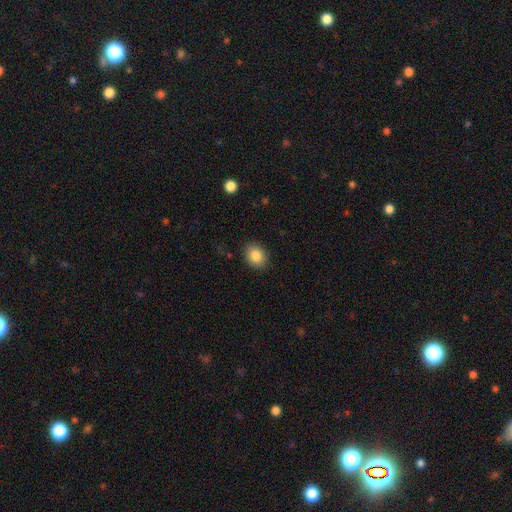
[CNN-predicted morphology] smooth 86%, star or artifact 8%, featured or disk 6%. Down the decision tree: how rounded — in between (55%); merging — none (87%).